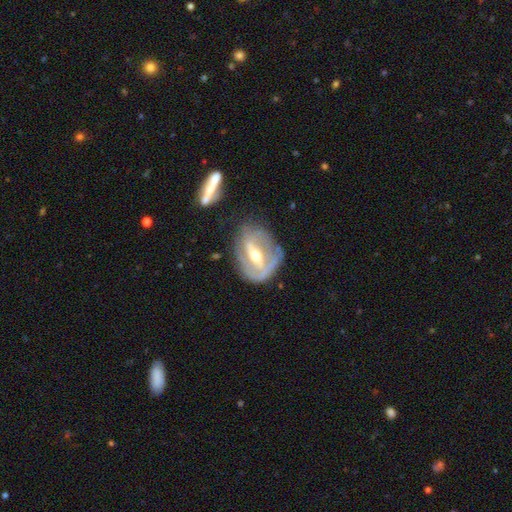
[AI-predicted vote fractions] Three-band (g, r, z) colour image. It shows a featured or disk galaxy (77%) with a strong bar (52%), spiral arms (66%) and a moderate central bulge (67%). Merging: none (51%).